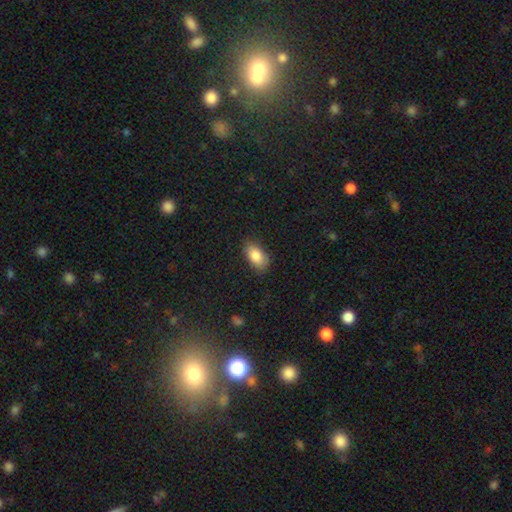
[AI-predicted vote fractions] Morphology: type=smooth (86%); roundness=in between (92%); merging=none (82%).